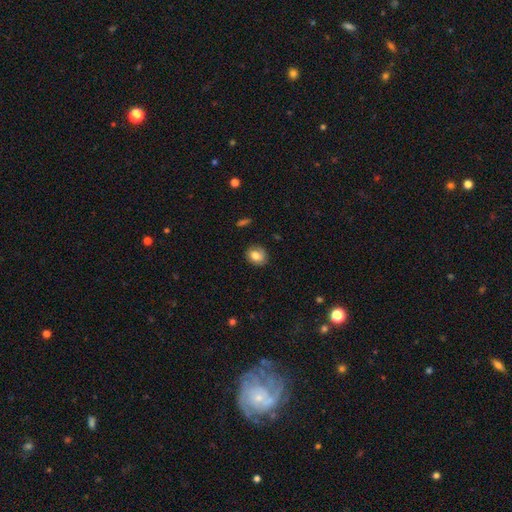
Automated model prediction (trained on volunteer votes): The model was most divided on "how rounded": round: 58%, in between: 41%, cigar-shaped: 1%. More confident: merging — none (81%); smooth or featured — smooth (75%).